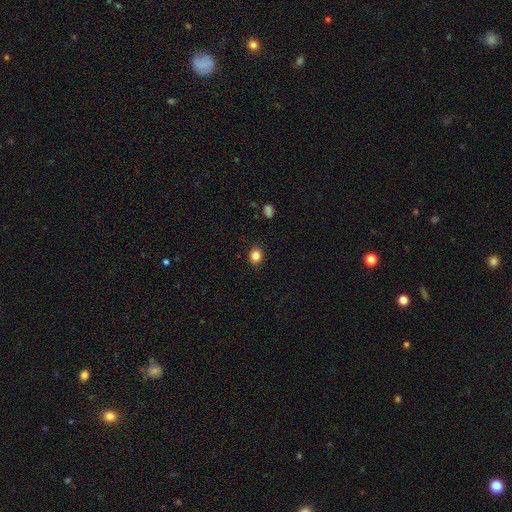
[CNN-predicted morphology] This is clearly a smooth galaxy (85%). How rounded: possibly round (53%). Merging: clearly none (88%).